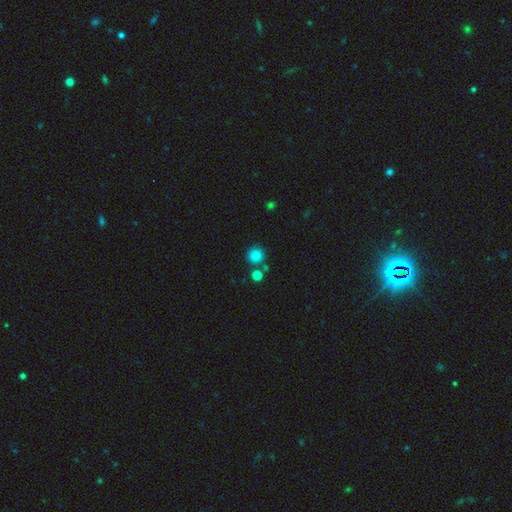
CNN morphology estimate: Overall: smooth (85%). How rounded: round (92%). Merging: none (74%).